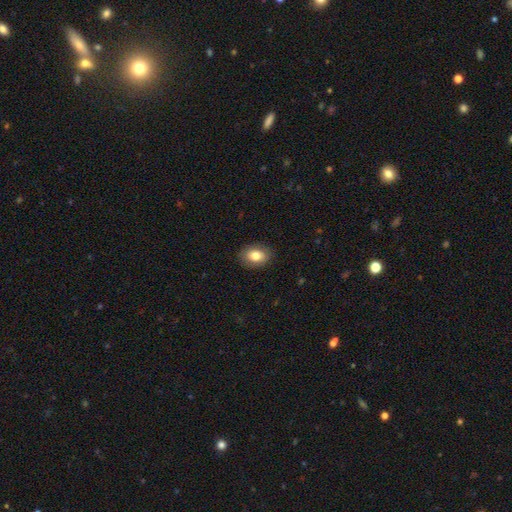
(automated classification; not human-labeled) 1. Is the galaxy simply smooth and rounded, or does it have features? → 79% smooth, 13% featured or disk, 8% star or artifact.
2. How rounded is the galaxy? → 70% in between, 29% round, 1% cigar-shaped.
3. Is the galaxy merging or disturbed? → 86% none, 10% minor disturbance, 3% major disturbance, 1% merger.